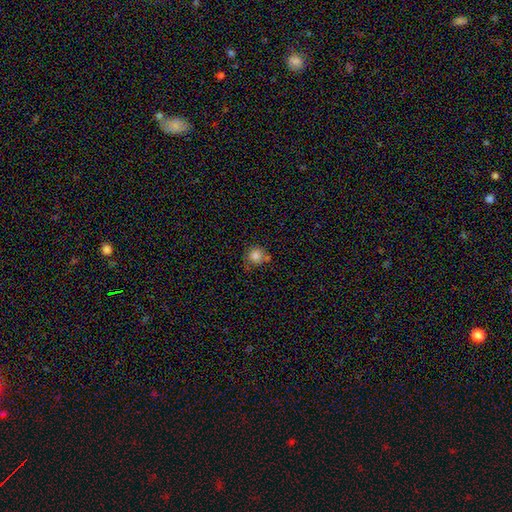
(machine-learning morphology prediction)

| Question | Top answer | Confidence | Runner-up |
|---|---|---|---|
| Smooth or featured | smooth | 82% | star or artifact (11%) |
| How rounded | round | 91% | in between (8%) |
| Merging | none | 64% | minor disturbance (19%) |